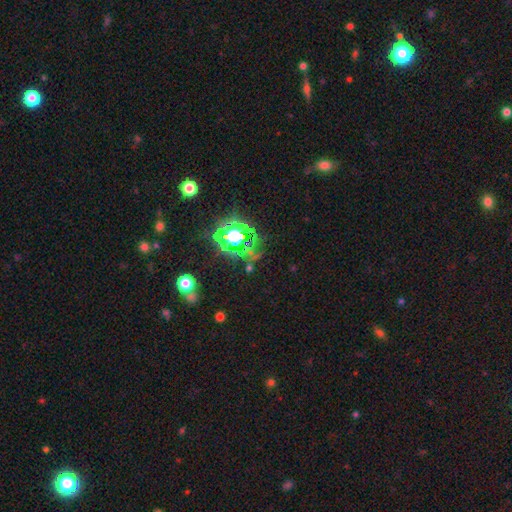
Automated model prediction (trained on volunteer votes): smooth_or_featured: star or artifact (p=0.79) [alt: smooth p=0.14]